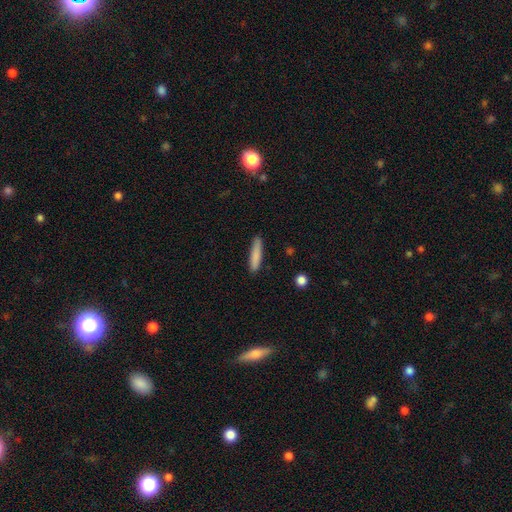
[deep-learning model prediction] The model was most divided on "merging": none: 84%, minor disturbance: 12%, major disturbance: 2%, merger: 2%. More confident: how rounded — cigar-shaped (87%); smooth or featured — smooth (83%).